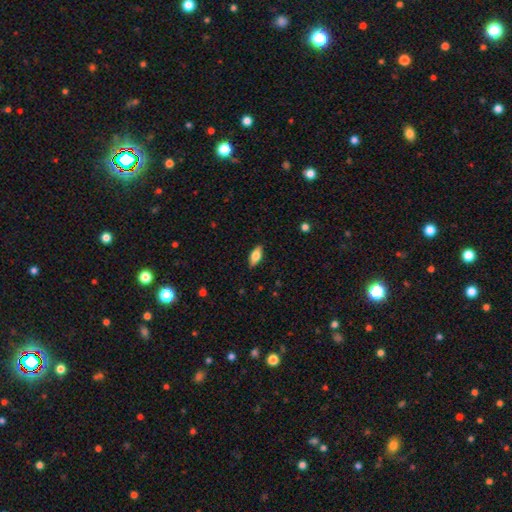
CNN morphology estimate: Smooth or featured? Predicted: smooth (p=0.71). How rounded? Predicted: in between (p=0.83). Merging? Predicted: none (p=0.87).